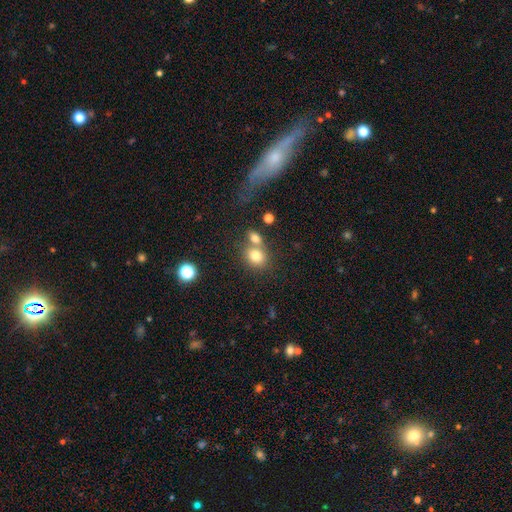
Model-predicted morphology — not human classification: Smooth or featured? Predicted: smooth (p=0.78). How rounded? Predicted: round (p=0.58). Merging? Predicted: none (p=0.44).